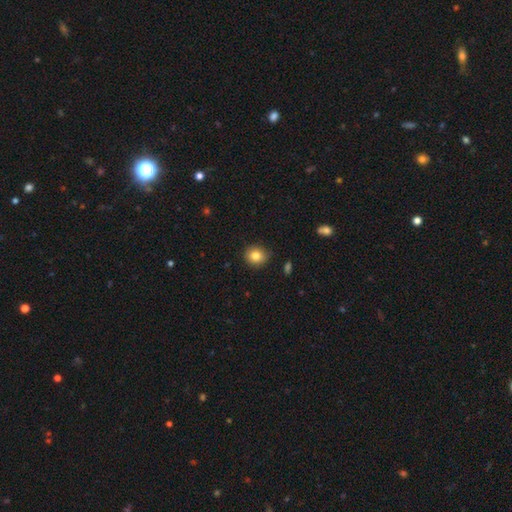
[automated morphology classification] The model was most divided on "how rounded": round: 81%, in between: 18%, cigar-shaped: 1%. More confident: merging — none (87%); smooth or featured — smooth (83%).